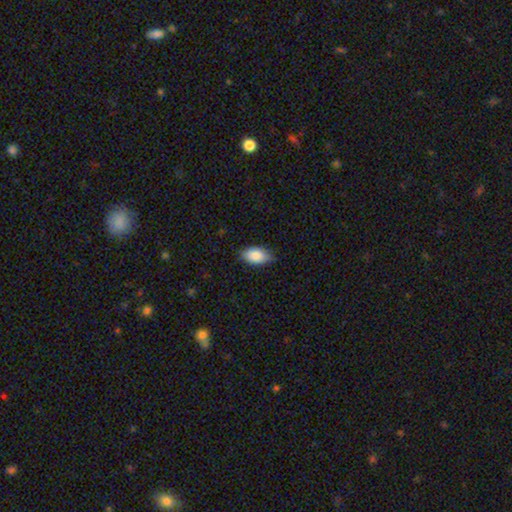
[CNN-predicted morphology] Overall: smooth (87%). How rounded: in between (93%). Merging: none (81%).